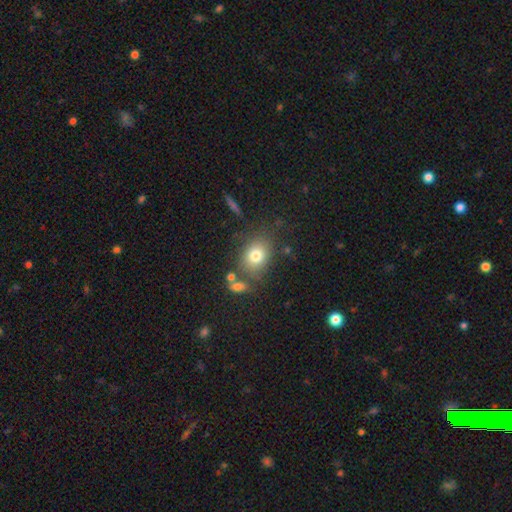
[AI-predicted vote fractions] smooth-or-featured: smooth: 77% | star or artifact: 12% | featured or disk: 11%
  how-rounded: in between: 50% | round: 49% | cigar-shaped: 1%
  merging: none: 71% | minor disturbance: 14% | merger: 9% | major disturbance: 6%